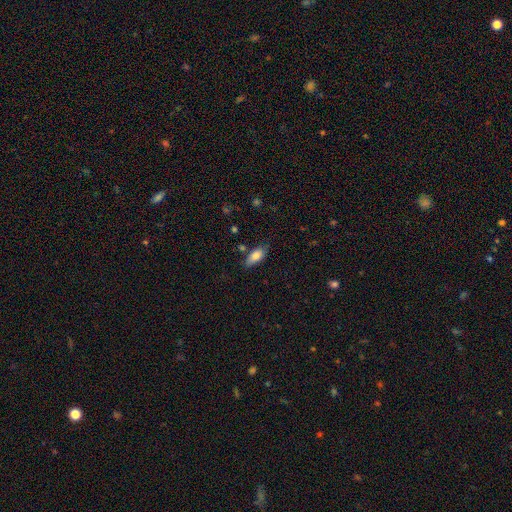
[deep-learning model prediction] Morphology: type=smooth (78%); roundness=in between (80%); merging=none (72%).